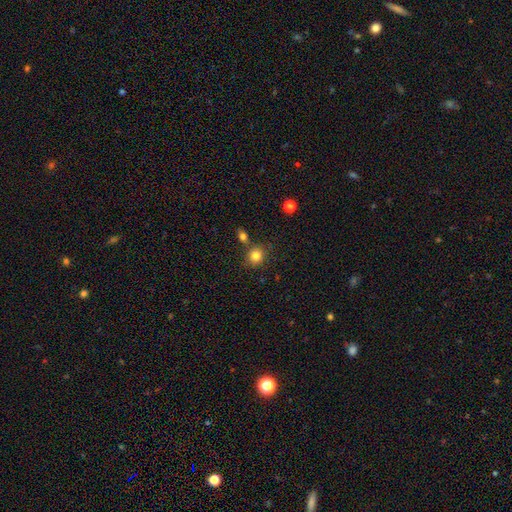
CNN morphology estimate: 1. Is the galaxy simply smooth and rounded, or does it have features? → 83% smooth, 11% star or artifact, 6% featured or disk.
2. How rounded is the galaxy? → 80% round, 19% in between, 1% cigar-shaped.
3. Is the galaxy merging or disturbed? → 74% none, 12% merger, 11% minor disturbance, 3% major disturbance.